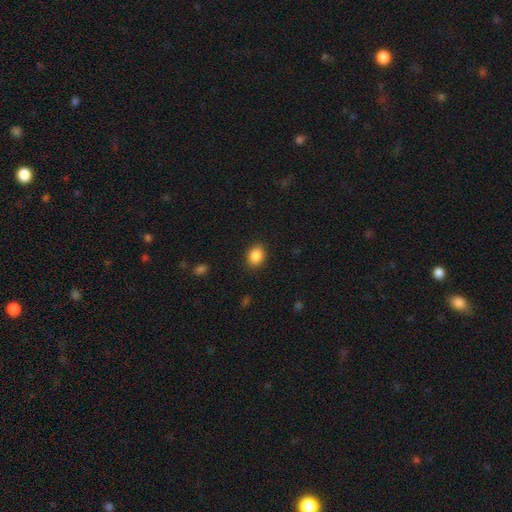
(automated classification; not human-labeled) A smooth galaxy with no disk features (88%) that is in between round and cigar-shaped (60%).

Vote fractions:
- Smooth or featured? smooth: 88% / star or artifact: 9% / featured or disk: 4%
- How rounded? in between: 60% / round: 39% / cigar-shaped: 1%
- Merging? none: 89% / minor disturbance: 8% / major disturbance: 2% / merger: 1%